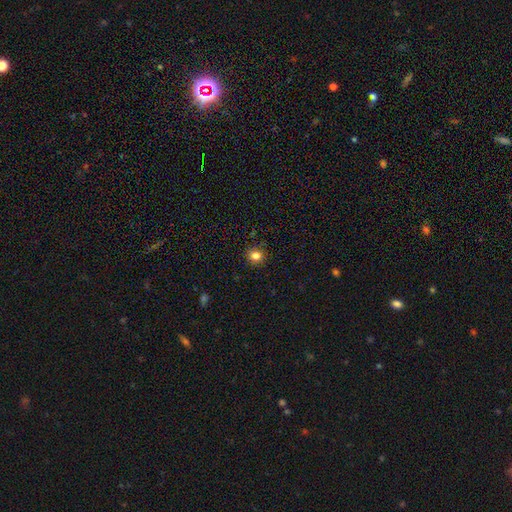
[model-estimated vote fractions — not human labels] Q: Smooth or featured?
A: smooth (82%); runner-up: star or artifact (13%)
Q: How rounded?
A: round (86%); runner-up: in between (13%)
Q: Merging?
A: none (91%); runner-up: minor disturbance (6%)